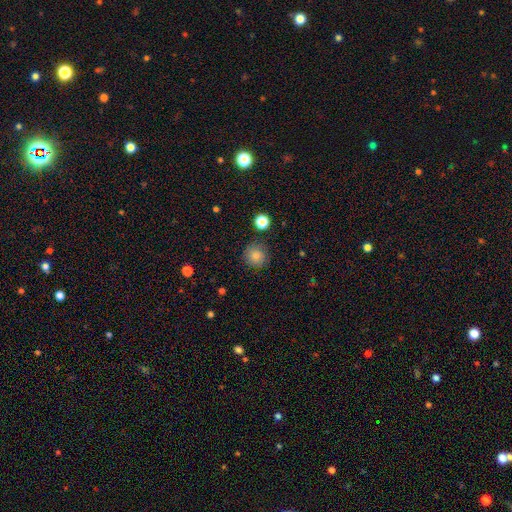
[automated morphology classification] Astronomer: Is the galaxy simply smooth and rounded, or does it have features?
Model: smooth — 83%.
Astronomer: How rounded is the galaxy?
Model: round — 93%.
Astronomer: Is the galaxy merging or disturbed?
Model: none — 86%.